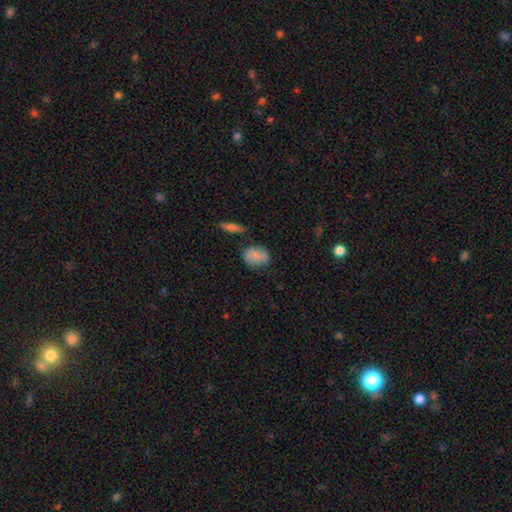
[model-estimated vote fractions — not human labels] Smooth or featured?
  - smooth: 76% *
  - featured or disk: 16%
  - star or artifact: 8%
How rounded?
  - in between: 61% *
  - round: 38%
  - cigar-shaped: 2%
Merging?
  - none: 71% *
  - minor disturbance: 20%
  - merger: 5%
  - major disturbance: 4%